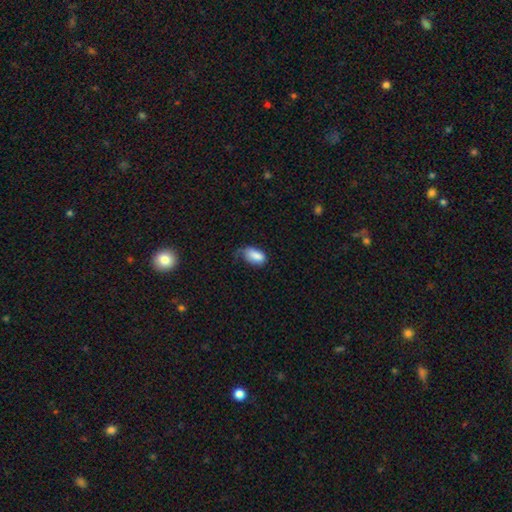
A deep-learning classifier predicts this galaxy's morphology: The model was most divided on "merging": none: 40%, minor disturbance: 38%, major disturbance: 19%, merger: 3%. More confident: how rounded — in between (92%); smooth or featured — smooth (84%).